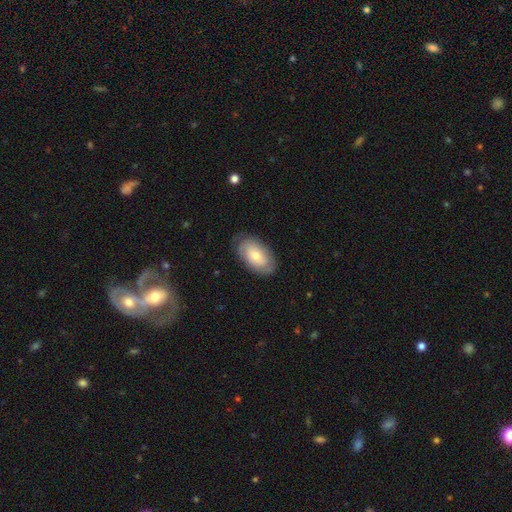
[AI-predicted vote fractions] Overall: smooth (60%; featured or disk 34%). How rounded: in between (93%). Merging: none (80%).